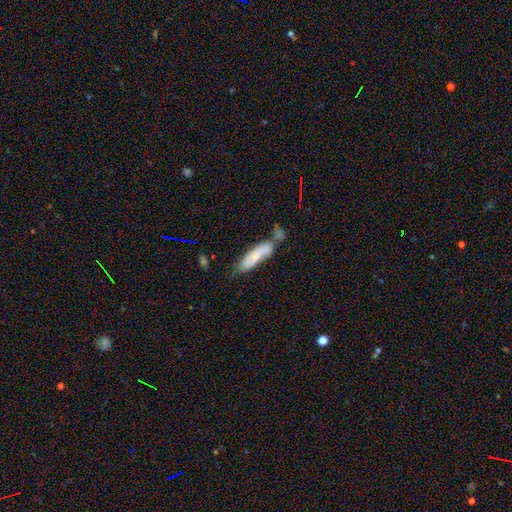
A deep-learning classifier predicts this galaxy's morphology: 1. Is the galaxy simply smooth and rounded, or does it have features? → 58% smooth, 35% featured or disk, 7% star or artifact.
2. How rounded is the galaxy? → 60% cigar-shaped, 38% in between, 2% round.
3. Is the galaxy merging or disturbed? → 42% none, 29% merger, 22% minor disturbance, 7% major disturbance.